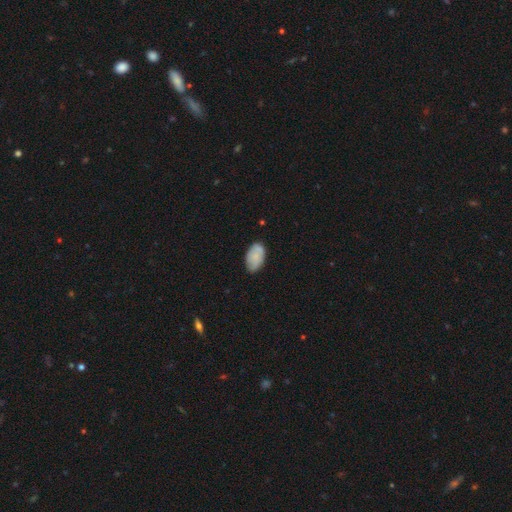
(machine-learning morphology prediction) Q: Smooth or featured?
A: smooth (77%); runner-up: featured or disk (16%)
Q: How rounded?
A: in between (94%); runner-up: round (5%)
Q: Merging?
A: none (71%); runner-up: minor disturbance (24%)